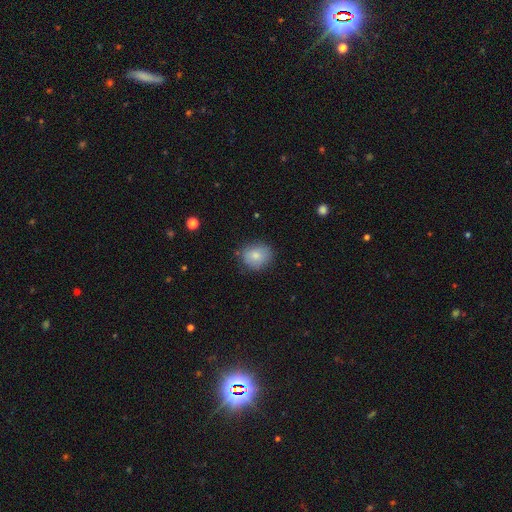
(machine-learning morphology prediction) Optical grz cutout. It shows a smooth galaxy with no disk features (80%) that is round (65%). Merging: none (78%).